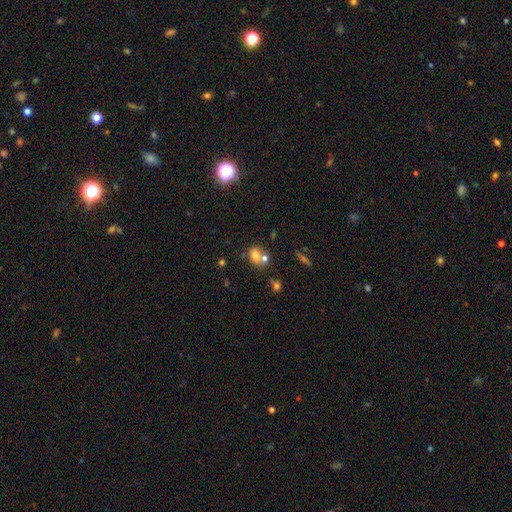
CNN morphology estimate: This is likely a smooth galaxy (69%). How rounded: possibly in between (53%). Merging: marginally merger (44%).